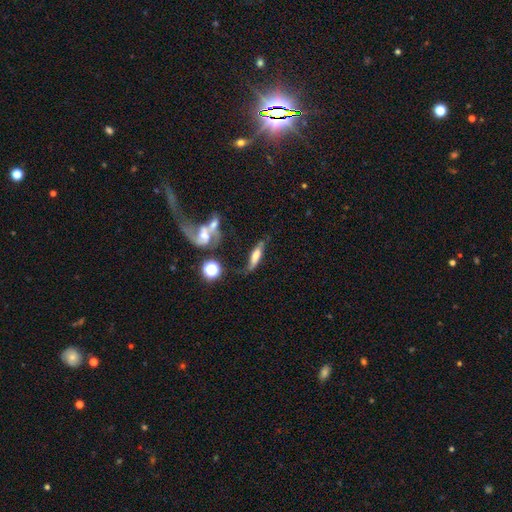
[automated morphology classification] smooth-or-featured: smooth: 48% | featured or disk: 41% | star or artifact: 10%
  merging: none: 45% | minor disturbance: 24% | merger: 16% | major disturbance: 15%